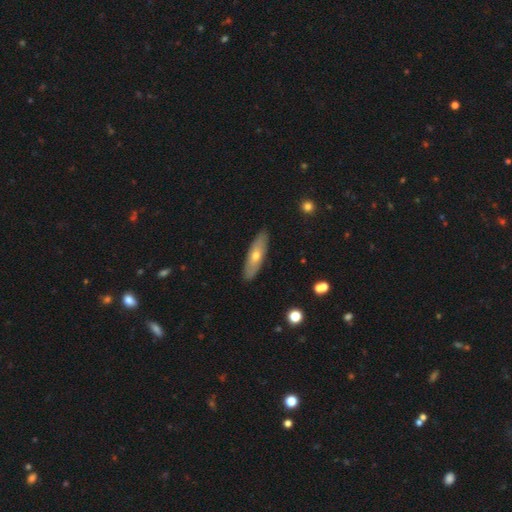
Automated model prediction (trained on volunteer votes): smooth-or-featured: smooth: 51% | featured or disk: 43% | star or artifact: 6%
  how-rounded: cigar-shaped: 55% | in between: 42% | round: 2%
  merging: none: 88% | minor disturbance: 9% | major disturbance: 2% | merger: 1%